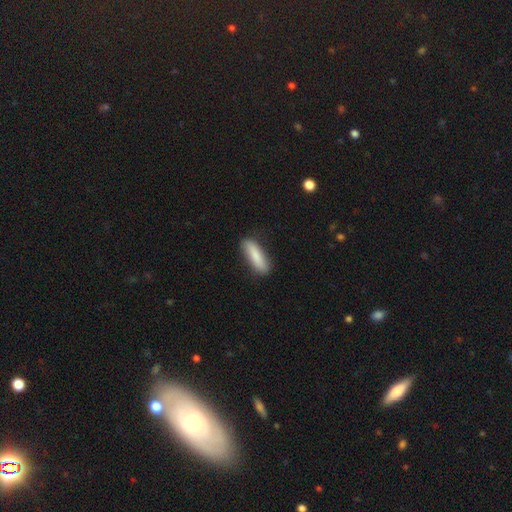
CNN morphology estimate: A smooth galaxy with no disk features (82%) that is cigar-shaped (66%). Merging: none (83%).